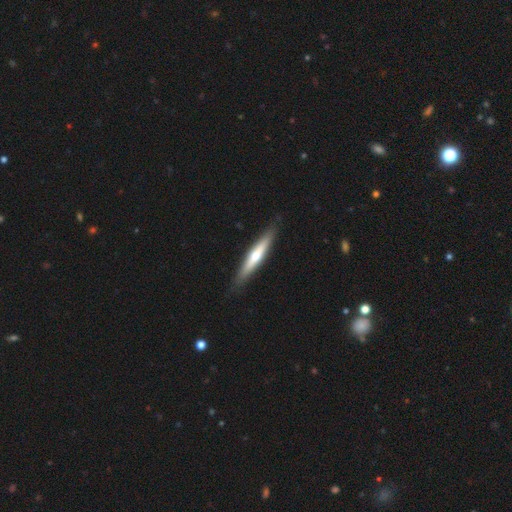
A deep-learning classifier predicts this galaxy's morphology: type=featured or disk (54%); edge-on=yes (93%); edge-on bulge=rounded (84%); merging=none (88%).